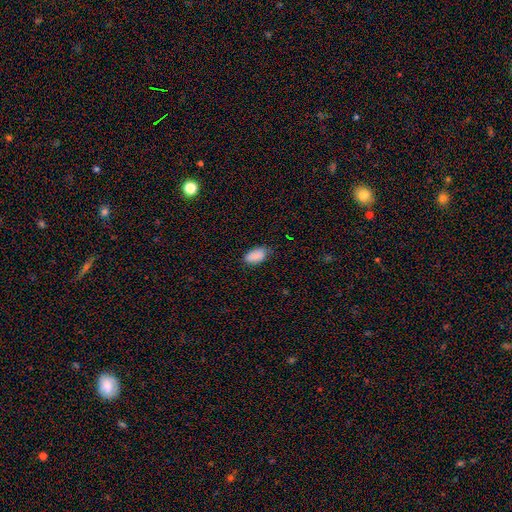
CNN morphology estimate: smooth_or_featured: smooth (p=0.88) [alt: star or artifact p=0.07]
how_rounded: in between (p=0.94) [alt: round p=0.04]
merging: none (p=0.75) [alt: minor disturbance p=0.20]